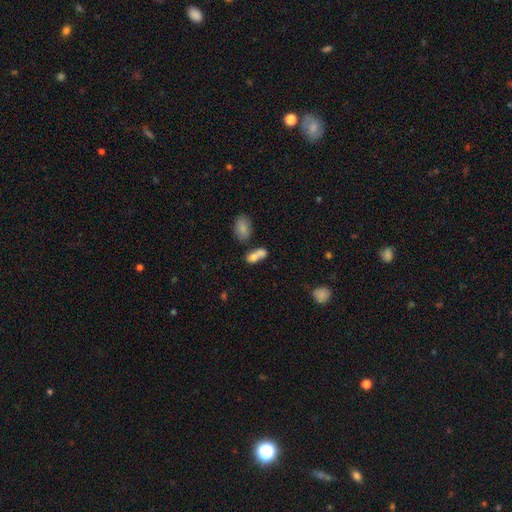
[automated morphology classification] Overall: smooth (75%). How rounded: in between (73%). Merging: merger (59%; none 26%).